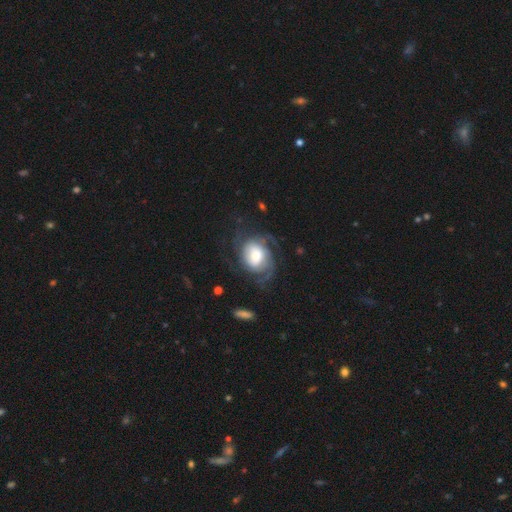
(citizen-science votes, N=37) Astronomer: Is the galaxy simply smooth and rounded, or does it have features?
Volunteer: featured or disk — 100%.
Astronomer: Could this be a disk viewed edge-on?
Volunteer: no — 97%.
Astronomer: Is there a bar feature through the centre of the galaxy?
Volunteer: no — 61%.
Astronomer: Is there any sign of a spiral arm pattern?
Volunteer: yes — 100%.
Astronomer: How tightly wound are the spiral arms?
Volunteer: medium — 56% (runner-up: tight, 33%).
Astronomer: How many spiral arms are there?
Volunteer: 4 — 61%.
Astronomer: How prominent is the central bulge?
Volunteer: large — 53%.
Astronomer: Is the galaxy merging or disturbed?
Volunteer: none — 78%.